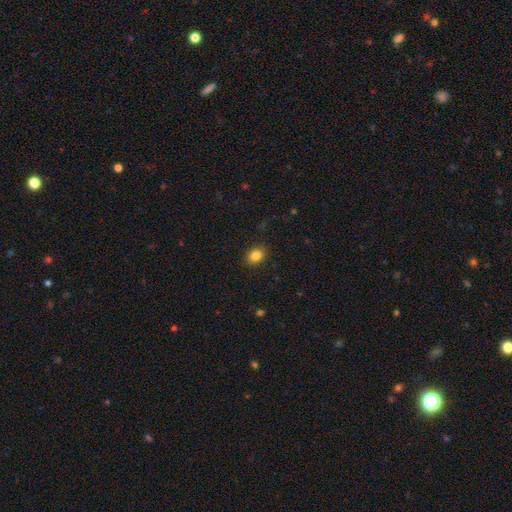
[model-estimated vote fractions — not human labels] The model was most divided on "how rounded": in between: 54%, round: 45%, cigar-shaped: 1%. More confident: merging — none (89%); smooth or featured — smooth (84%).